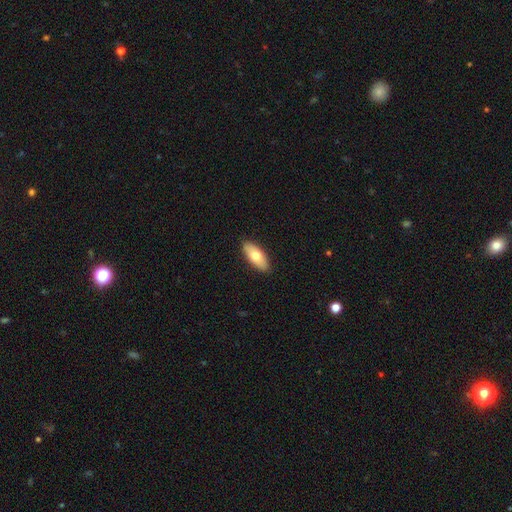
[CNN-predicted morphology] Overall: smooth (72%). How rounded: in between (83%). Merging: none (89%).